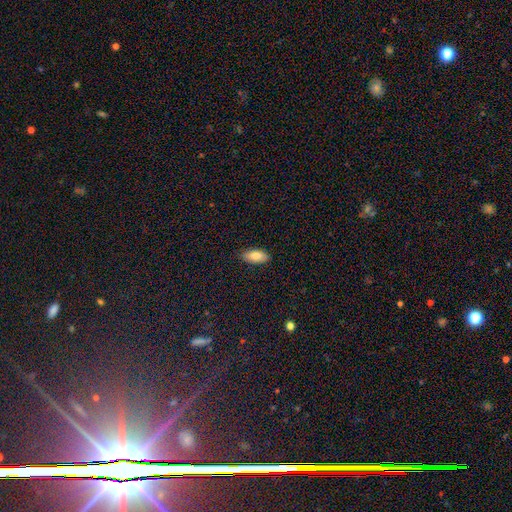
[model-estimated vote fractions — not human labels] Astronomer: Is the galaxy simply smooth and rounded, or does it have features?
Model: smooth — 83%.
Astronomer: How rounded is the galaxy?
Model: in between — 90%.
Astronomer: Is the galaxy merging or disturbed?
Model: none — 89%.